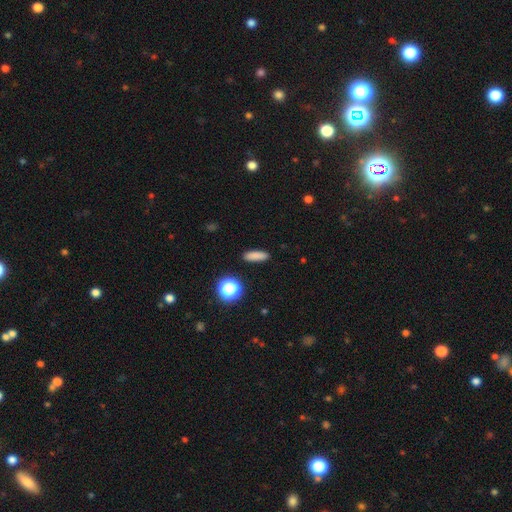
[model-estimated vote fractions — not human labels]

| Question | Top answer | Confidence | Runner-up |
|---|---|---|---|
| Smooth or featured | smooth | 82% | star or artifact (12%) |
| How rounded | cigar-shaped | 58% | in between (36%) |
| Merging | none | 89% | minor disturbance (7%) |